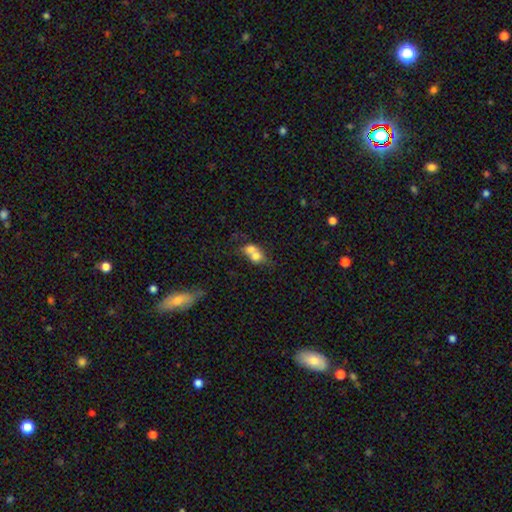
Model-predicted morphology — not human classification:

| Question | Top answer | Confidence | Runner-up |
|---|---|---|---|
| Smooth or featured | smooth | 68% | featured or disk (22%) |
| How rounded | round | 59% | in between (39%) |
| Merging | merger | 72% | none (18%) |